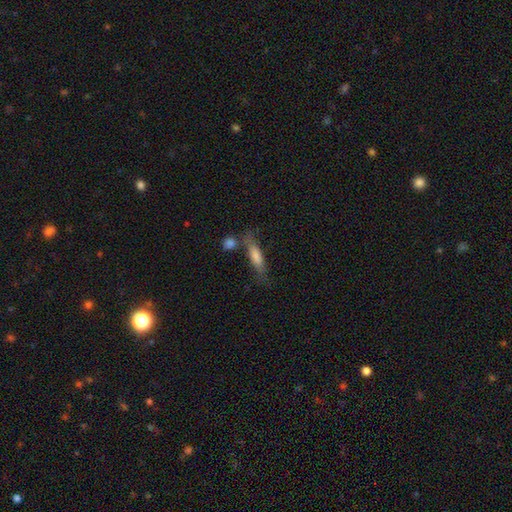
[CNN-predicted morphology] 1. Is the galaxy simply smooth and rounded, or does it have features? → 47% smooth, 39% featured or disk, 14% star or artifact.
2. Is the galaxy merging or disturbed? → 62% none, 16% minor disturbance, 15% merger, 7% major disturbance.